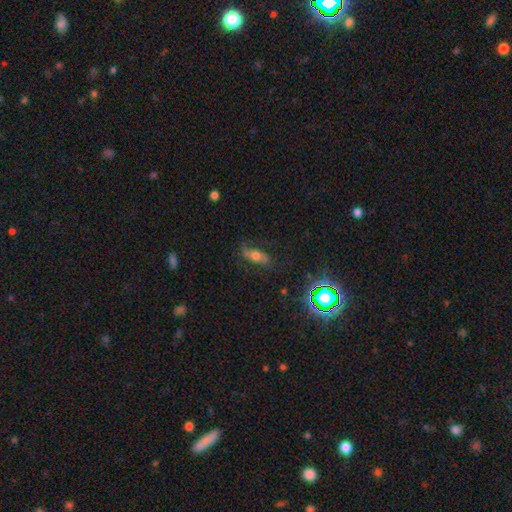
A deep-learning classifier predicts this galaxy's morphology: type=smooth (43%); merging=none (64%).